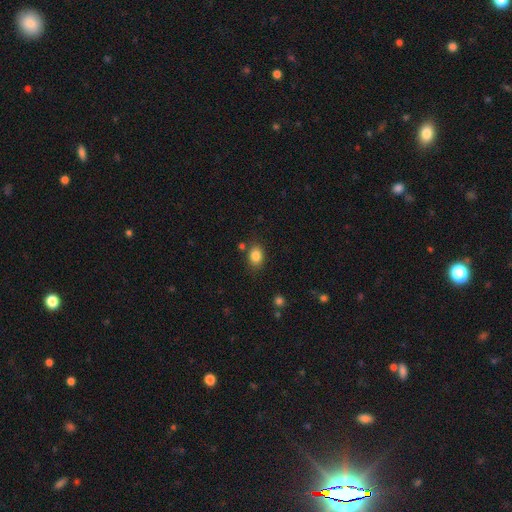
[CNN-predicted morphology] A smooth galaxy with no disk features (85%) that is in between round and cigar-shaped (65%). Merging: none (78%).